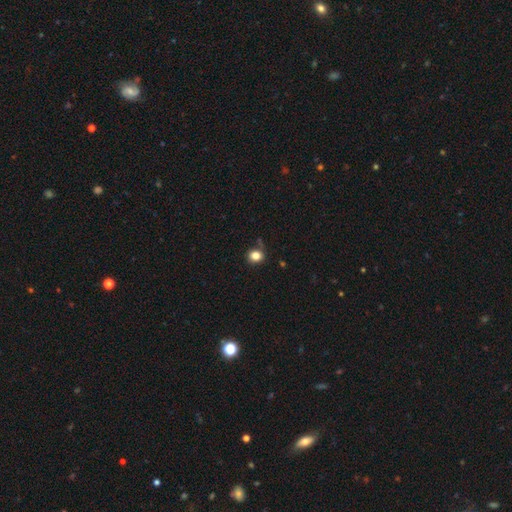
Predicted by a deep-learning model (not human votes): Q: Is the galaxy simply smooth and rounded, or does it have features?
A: smooth — 82%.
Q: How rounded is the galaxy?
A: round — 70%.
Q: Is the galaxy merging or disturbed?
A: none — 77%.